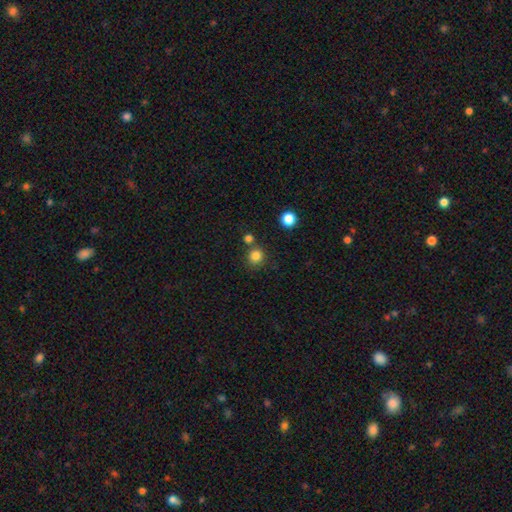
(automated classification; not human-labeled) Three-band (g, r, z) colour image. It shows a smooth galaxy with no disk features (82%) that is round (88%). Merging: none (76%).